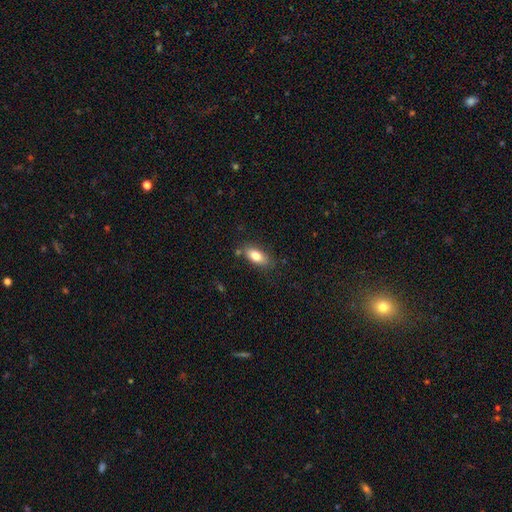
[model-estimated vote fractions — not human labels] Morphology: type=smooth (78%); roundness=in between (86%); merging=none (76%).